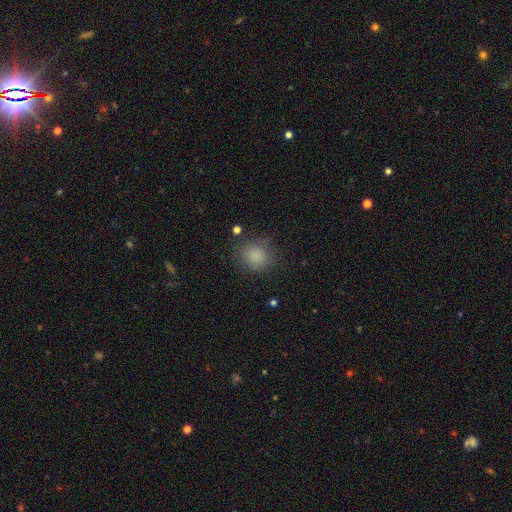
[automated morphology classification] Overall: smooth (84%). How rounded: round (80%). Merging: none (78%).